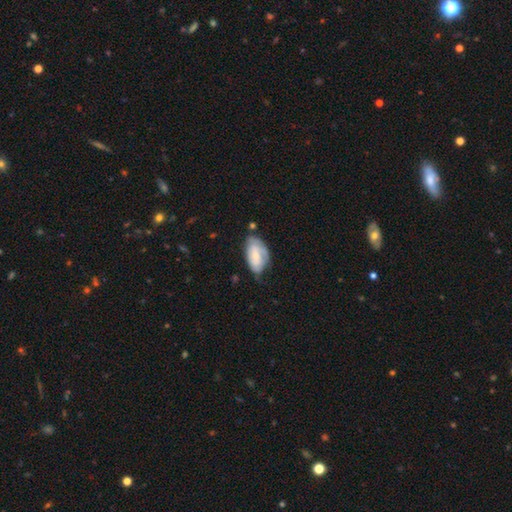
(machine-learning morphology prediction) This appears to be a smooth galaxy with no disk features (55%) that is in between round and cigar-shaped (93%). Merging: none (47%).